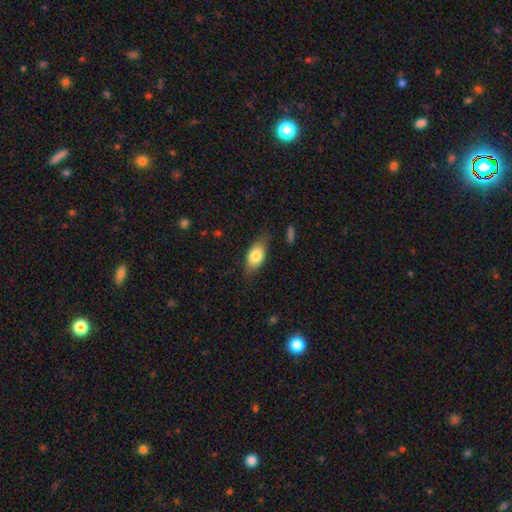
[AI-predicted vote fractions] smooth-or-featured: smooth: 77% | featured or disk: 17% | star or artifact: 7%
  how-rounded: in between: 85% | cigar-shaped: 8% | round: 6%
  merging: none: 72% | minor disturbance: 21% | major disturbance: 5% | merger: 2%